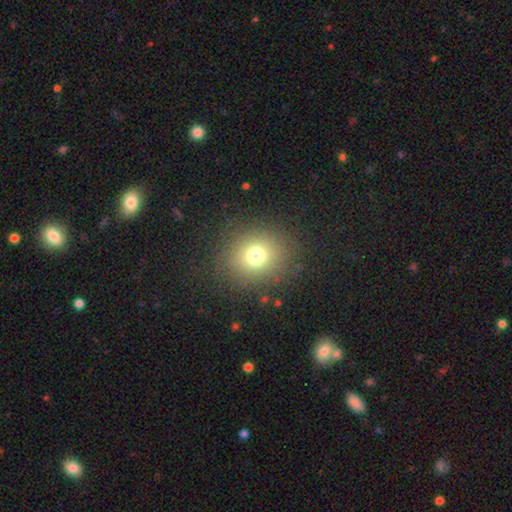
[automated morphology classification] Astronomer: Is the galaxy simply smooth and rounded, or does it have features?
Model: smooth — 73%.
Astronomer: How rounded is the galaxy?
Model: round — 78%.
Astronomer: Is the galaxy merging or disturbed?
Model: none — 85%.